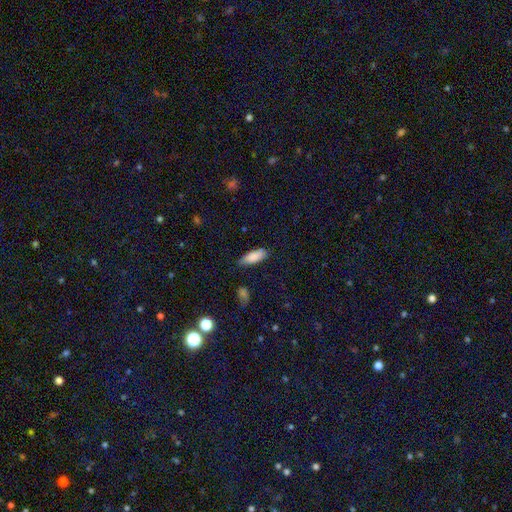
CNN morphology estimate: Smooth or featured? smooth (86%)
How rounded? in between (70%)
Merging? none (76%)